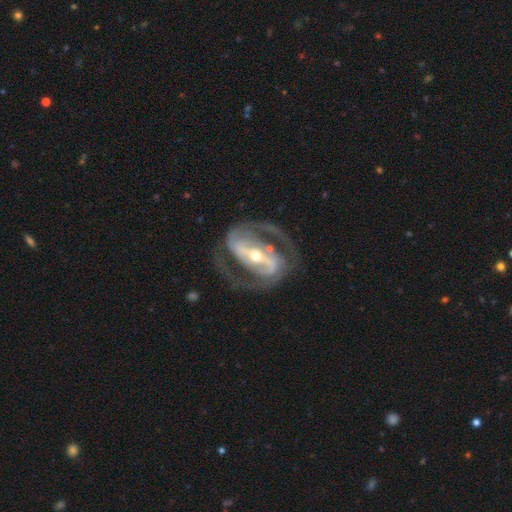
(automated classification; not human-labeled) Smooth or featured: featured or disk — 92% (star or artifact — 4%)
Edge-on disk: no — 96% (yes — 4%)
Bar: strong — 75% (weak — 17%)
Spiral arms: yes — 96% (no — 4%)
Spiral winding: medium — 56% (tight — 30%)
Spiral arm count: 2 — 92% (can't tell — 2%)
Bulge size: moderate — 51% (small — 44%)
Merging: none — 75% (minor disturbance — 12%)